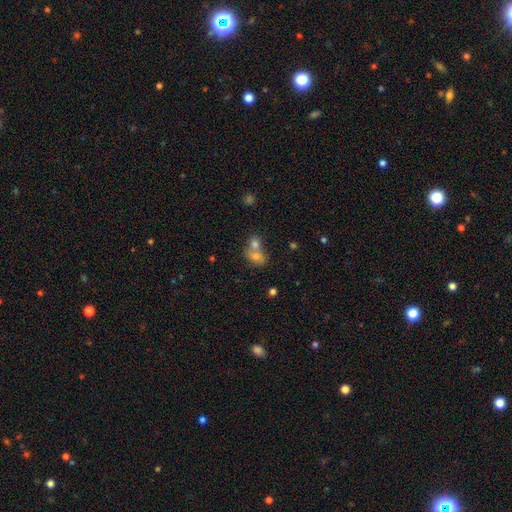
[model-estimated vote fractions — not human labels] Smooth or featured?
  - smooth: 66% *
  - featured or disk: 18%
  - star or artifact: 16%
How rounded?
  - in between: 55% *
  - round: 43%
  - cigar-shaped: 2%
Merging?
  - merger: 64% *
  - none: 27%
  - minor disturbance: 6%
  - major disturbance: 3%